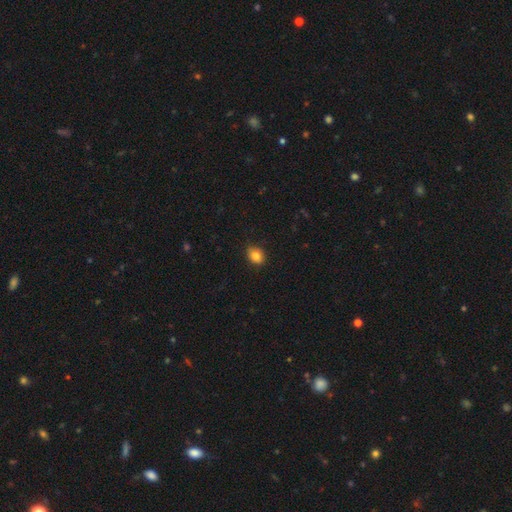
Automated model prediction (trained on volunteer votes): smooth_or_featured: smooth (p=0.84) [alt: star or artifact p=0.09]
how_rounded: in between (p=0.57) [alt: round p=0.42]
merging: none (p=0.84) [alt: minor disturbance p=0.13]